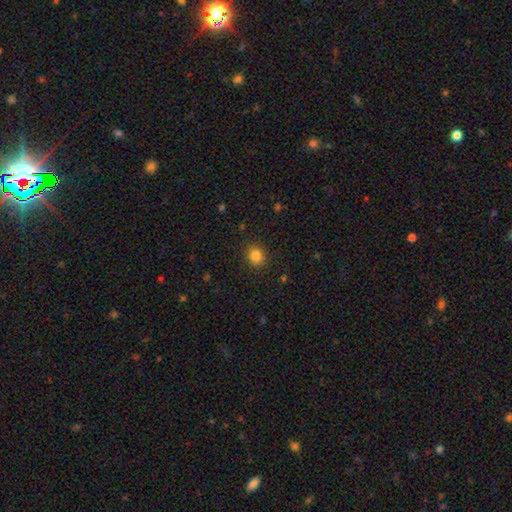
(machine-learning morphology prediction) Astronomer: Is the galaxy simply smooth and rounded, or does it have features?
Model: smooth — 84%.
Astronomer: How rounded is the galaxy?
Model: round — 77%.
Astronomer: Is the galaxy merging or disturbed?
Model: none — 88%.